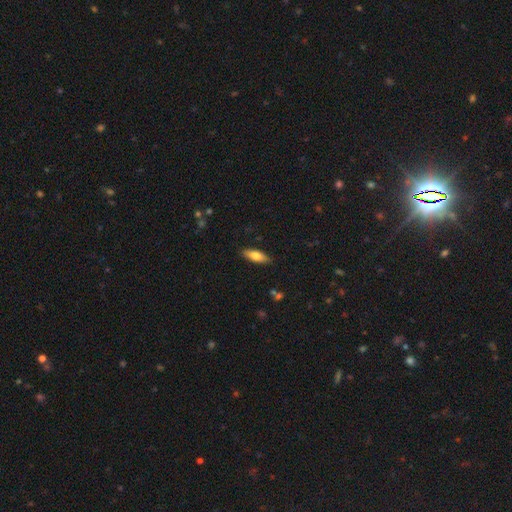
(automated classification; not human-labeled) This appears to be a smooth galaxy with no disk features (73%) that is in between round and cigar-shaped (62%). Merging: none (87%).